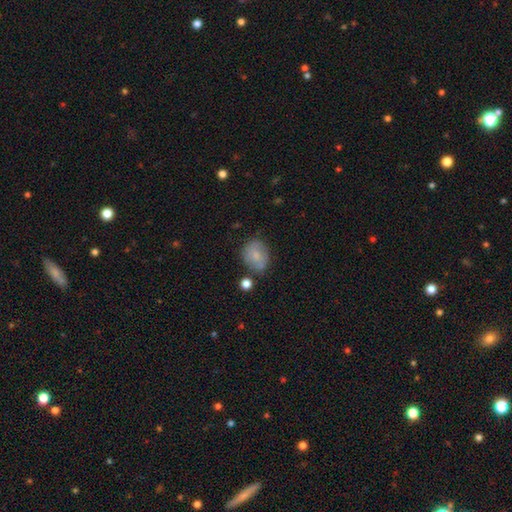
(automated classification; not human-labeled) Smooth or featured?
  - smooth: 75% *
  - featured or disk: 16%
  - star or artifact: 9%
How rounded?
  - round: 50% *
  - in between: 49%
  - cigar-shaped: 1%
Merging?
  - none: 63% *
  - minor disturbance: 22%
  - merger: 8%
  - major disturbance: 6%